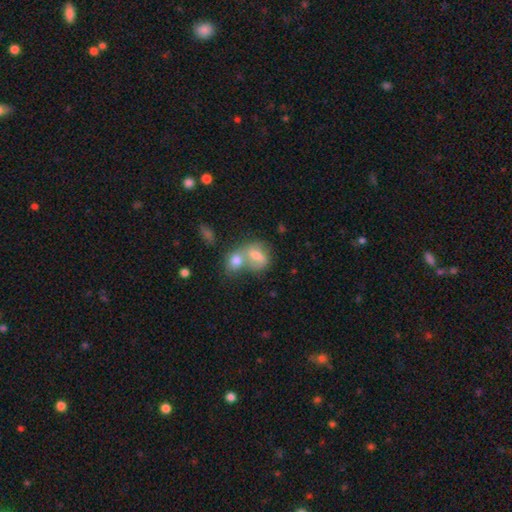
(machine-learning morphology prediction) Overall: smooth (59%; featured or disk 30%). How rounded: in between (60%; round 37%). Merging: merger (60%; none 26%).